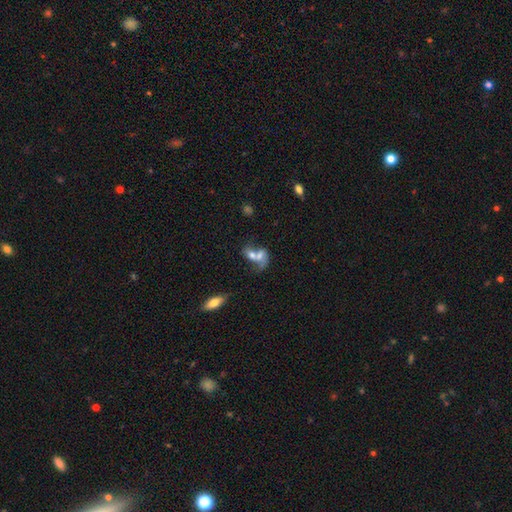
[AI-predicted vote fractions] smooth 55%, featured or disk 34%, star or artifact 11%. Down the decision tree: how rounded — in between (75%); merging — merger (73%).